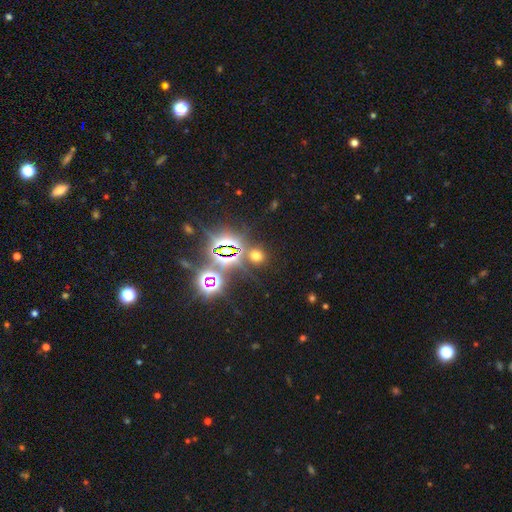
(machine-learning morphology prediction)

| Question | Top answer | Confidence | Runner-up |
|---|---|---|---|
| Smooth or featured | smooth | 50% | star or artifact (43%) |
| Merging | none | 81% | minor disturbance (8%) |